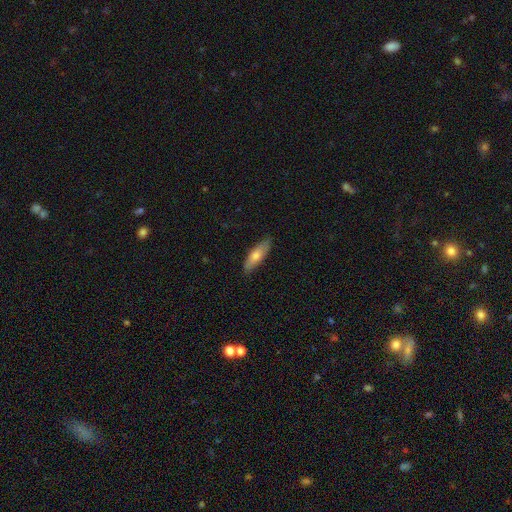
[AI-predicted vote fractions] This is likely a smooth galaxy (69%). How rounded: possibly cigar-shaped (50%). Merging: clearly none (84%).